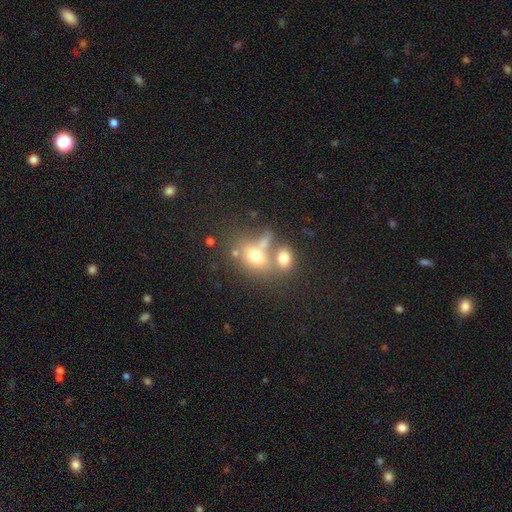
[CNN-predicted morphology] Overall: smooth (65%). How rounded: in between (68%; round 28%). Merging: merger (46%; none 35%).